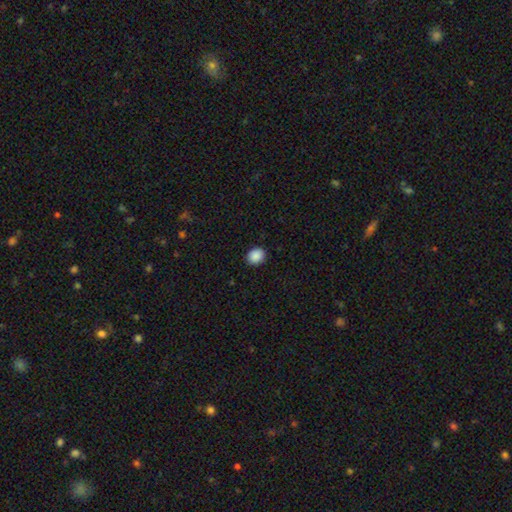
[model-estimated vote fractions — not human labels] A smooth galaxy with no disk features (89%) that is round (63%).

Vote fractions:
- Smooth or featured? smooth: 89% / star or artifact: 9% / featured or disk: 2%
- How rounded? round: 63% / in between: 36% / cigar-shaped: 1%
- Merging? none: 90% / minor disturbance: 7% / major disturbance: 2% / merger: 1%